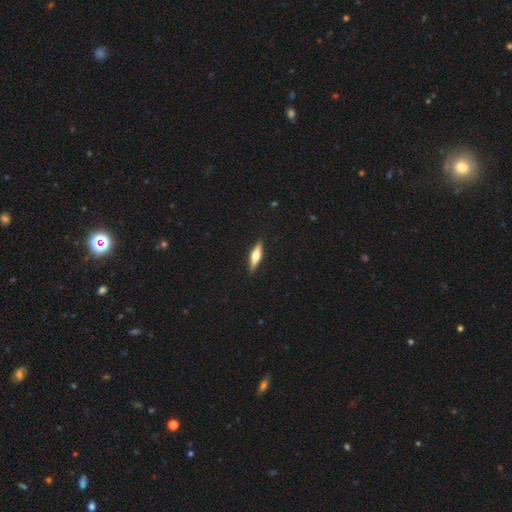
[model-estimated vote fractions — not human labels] The model was most divided on "smooth or featured": featured or disk: 56%, smooth: 38%, star or artifact: 6%. More confident: edge-on disk — yes (96%); edge-on bulge — rounded (93%); merging — none (91%).